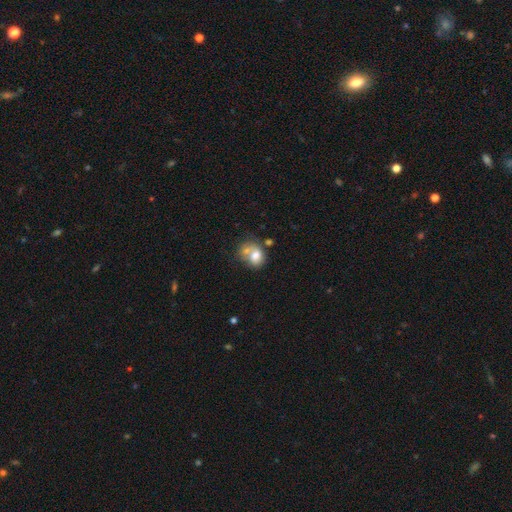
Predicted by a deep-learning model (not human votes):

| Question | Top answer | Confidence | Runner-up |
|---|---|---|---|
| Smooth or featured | smooth | 70% | featured or disk (21%) |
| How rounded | in between | 55% | round (44%) |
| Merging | merger | 51% | none (26%) |